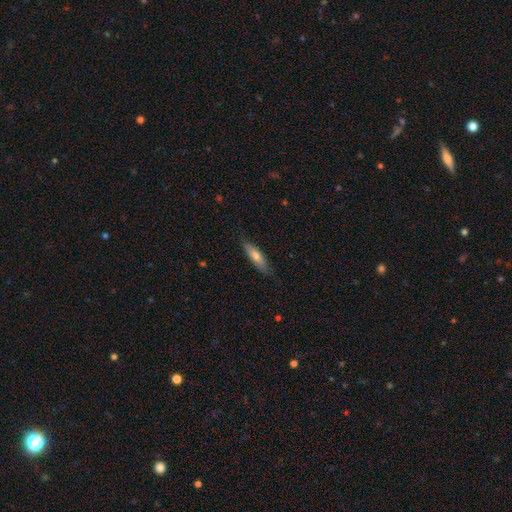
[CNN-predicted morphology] Smooth or featured?
  - smooth: 63% *
  - featured or disk: 30%
  - star or artifact: 6%
How rounded?
  - cigar-shaped: 67% *
  - in between: 31%
  - round: 2%
Merging?
  - none: 80% *
  - minor disturbance: 16%
  - major disturbance: 3%
  - merger: 1%